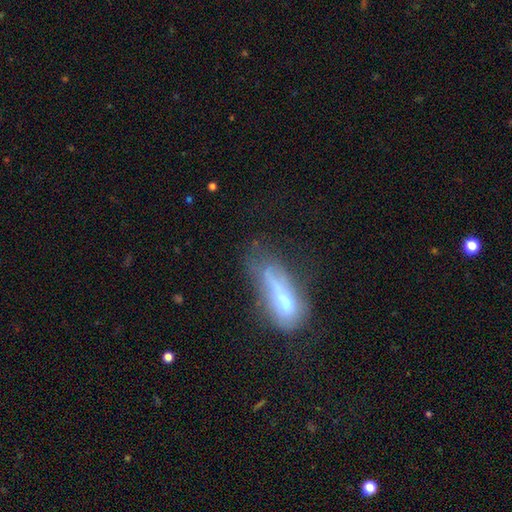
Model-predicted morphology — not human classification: Overall: smooth (48%; featured or disk 39%). Merging: major disturbance (38%; none 27%).